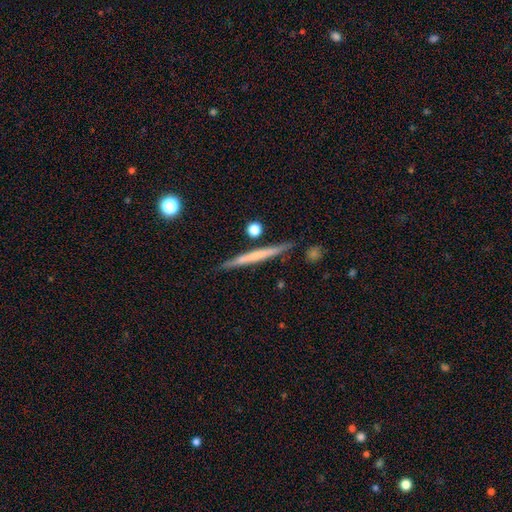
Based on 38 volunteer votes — This is possibly a featured or disk galaxy (53%). It is clearly viewed edge-on (90%). Edge-on bulge: clearly none (83%). Merging: clearly none (82%).